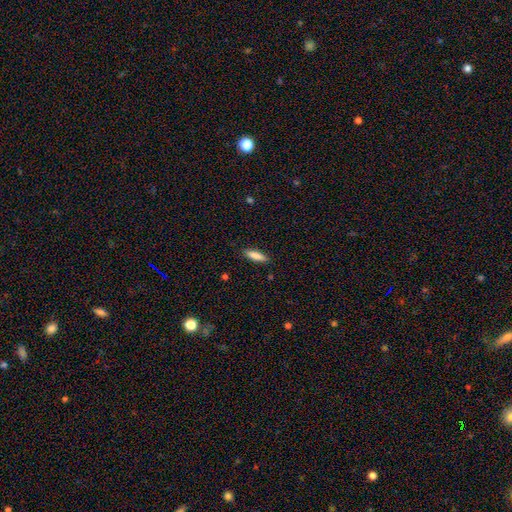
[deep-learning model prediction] Smooth or featured? Predicted: smooth (p=0.85). How rounded? Predicted: cigar-shaped (p=0.56). Merging? Predicted: none (p=0.88).